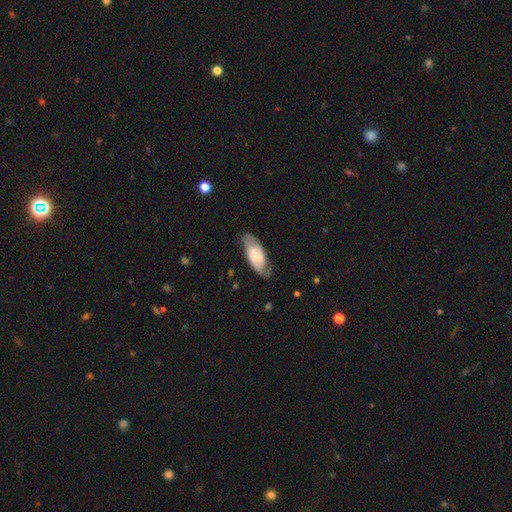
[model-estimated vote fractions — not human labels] Overall: featured or disk (58%; smooth 36%). Edge-on disk: no (90%). Bar: no (43%; weak 40%). Spiral arms: yes (86%). Bulge size: small (45%; moderate 26%). Merging: none (69%).